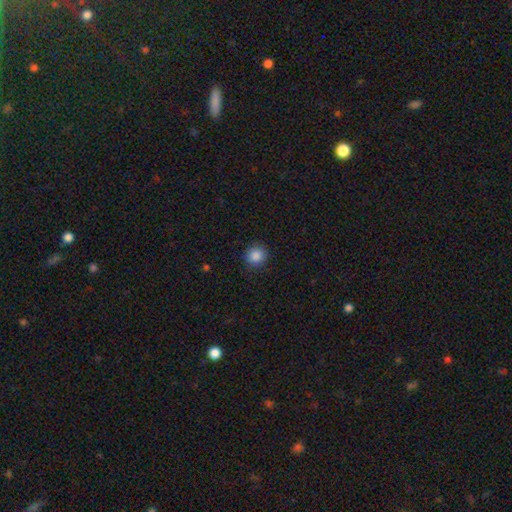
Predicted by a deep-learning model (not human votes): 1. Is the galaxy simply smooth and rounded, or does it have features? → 87% smooth, 10% star or artifact, 3% featured or disk.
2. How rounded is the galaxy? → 92% round, 7% in between, 1% cigar-shaped.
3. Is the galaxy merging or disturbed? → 89% none, 8% minor disturbance, 2% major disturbance, 1% merger.